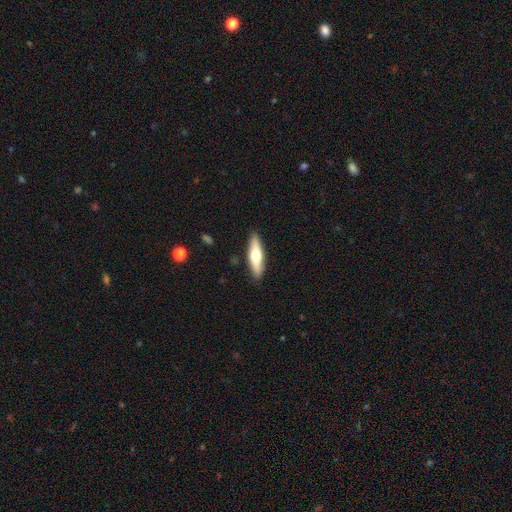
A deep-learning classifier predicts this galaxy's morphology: Smooth or featured? smooth (55%)
How rounded? cigar-shaped (65%)
Merging? none (89%)